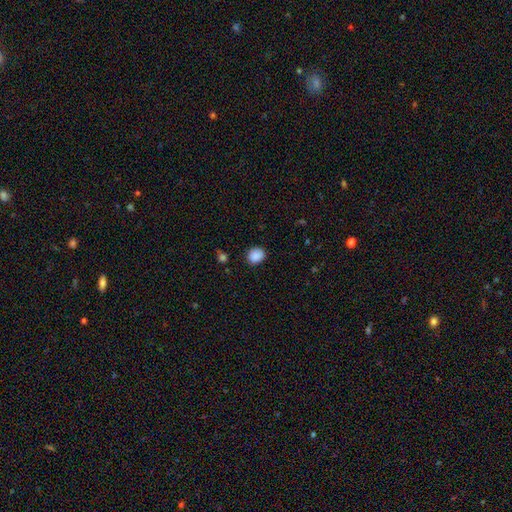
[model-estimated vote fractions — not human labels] The model was most divided on "how rounded": round: 69%, in between: 30%, cigar-shaped: 1%. More confident: smooth or featured — smooth (88%); merging — none (83%).